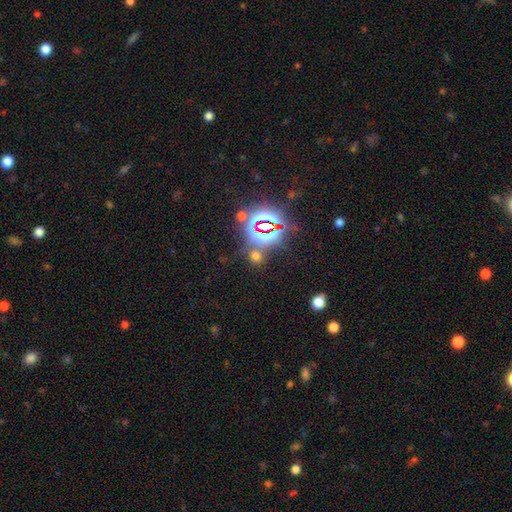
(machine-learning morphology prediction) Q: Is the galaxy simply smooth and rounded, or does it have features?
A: star or artifact — 50%.